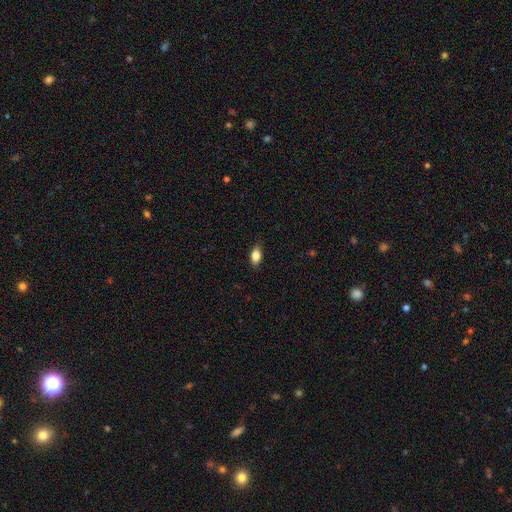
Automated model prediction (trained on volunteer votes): Smooth or featured? Predicted: smooth (p=0.85). How rounded? Predicted: in between (p=0.88). Merging? Predicted: none (p=0.84).